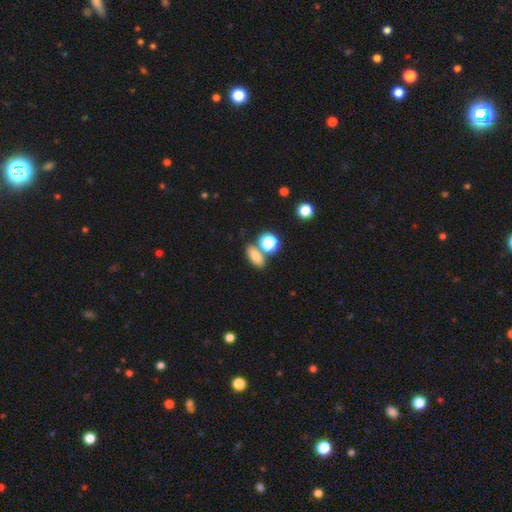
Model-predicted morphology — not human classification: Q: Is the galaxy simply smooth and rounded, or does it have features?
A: smooth — 80%.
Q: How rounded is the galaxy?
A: in between — 78%.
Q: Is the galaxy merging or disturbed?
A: none — 67%.